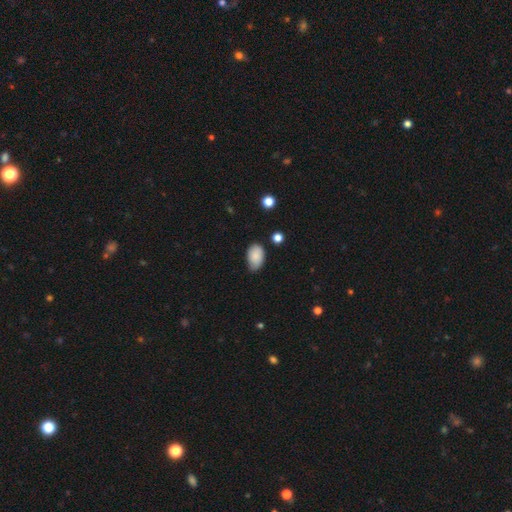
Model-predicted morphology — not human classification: This appears to be a smooth galaxy with no disk features (85%) that is in between round and cigar-shaped (90%). Merging: none (62%).